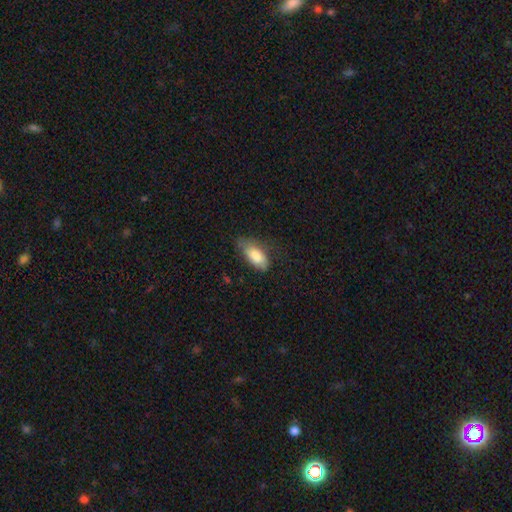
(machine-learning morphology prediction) Smooth or featured?
  - smooth: 82% *
  - featured or disk: 12%
  - star or artifact: 6%
How rounded?
  - in between: 89% *
  - cigar-shaped: 9%
  - round: 3%
Merging?
  - none: 52% *
  - minor disturbance: 34%
  - major disturbance: 12%
  - merger: 2%